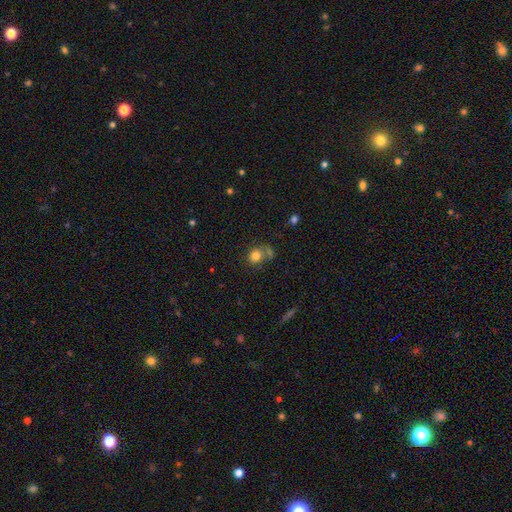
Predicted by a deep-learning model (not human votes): smooth 79%, star or artifact 11%, featured or disk 9%. Down the decision tree: how rounded — round (65%); merging — none (50%).